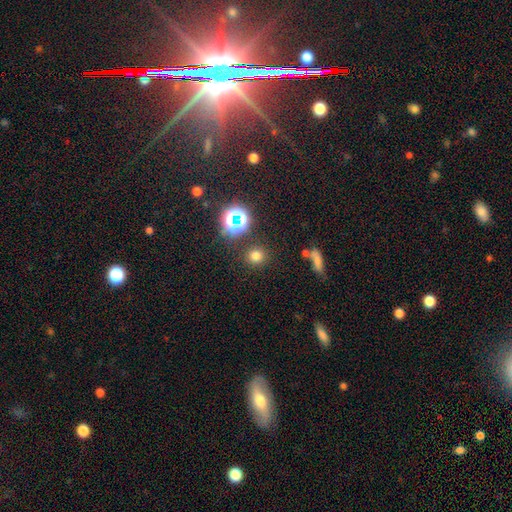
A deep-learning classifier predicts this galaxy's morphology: Smooth or featured: smooth — 73% (star or artifact — 21%)
How rounded: round — 90% (in between — 9%)
Merging: none — 86% (minor disturbance — 7%)